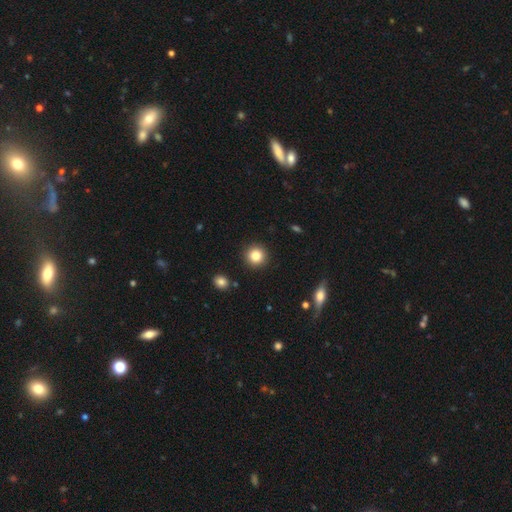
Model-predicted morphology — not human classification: Smooth or featured: smooth — 84% (star or artifact — 10%)
How rounded: round — 94% (in between — 5%)
Merging: none — 91% (minor disturbance — 5%)